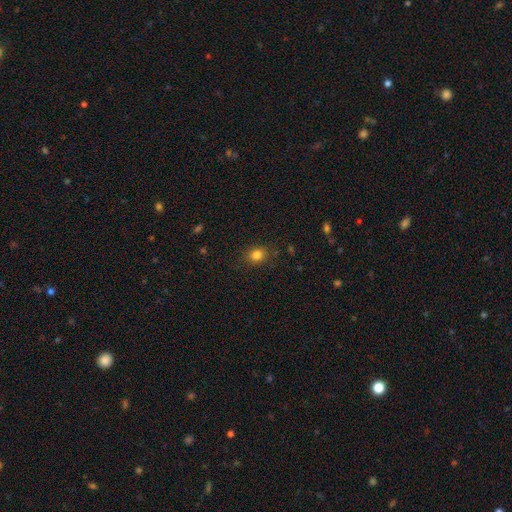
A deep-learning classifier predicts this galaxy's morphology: This is clearly a smooth galaxy (82%). How rounded: likely round (66%). Merging: clearly none (86%).